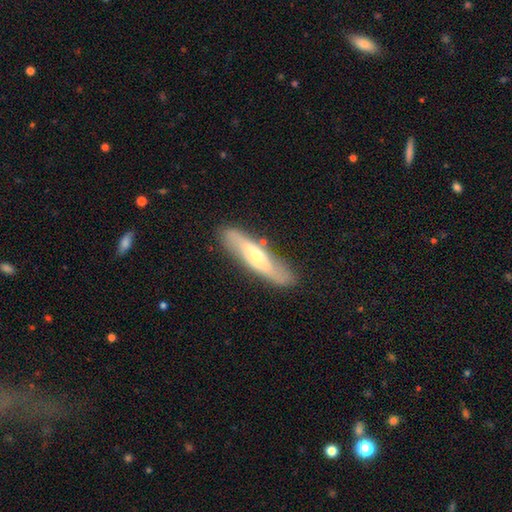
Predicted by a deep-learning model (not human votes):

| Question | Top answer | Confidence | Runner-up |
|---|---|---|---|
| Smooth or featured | featured or disk | 52% | smooth (43%) |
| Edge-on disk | yes | 50% | tied: no (50%) |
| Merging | none | 81% | minor disturbance (13%) |